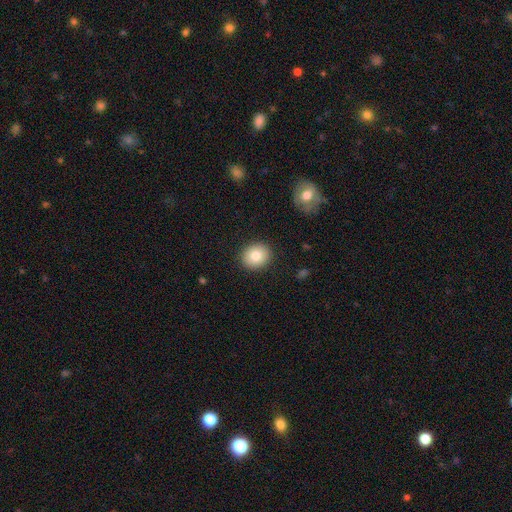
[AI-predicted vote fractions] Q: Smooth or featured?
A: smooth (83%); runner-up: featured or disk (9%)
Q: How rounded?
A: round (72%); runner-up: in between (27%)
Q: Merging?
A: none (90%); runner-up: minor disturbance (7%)